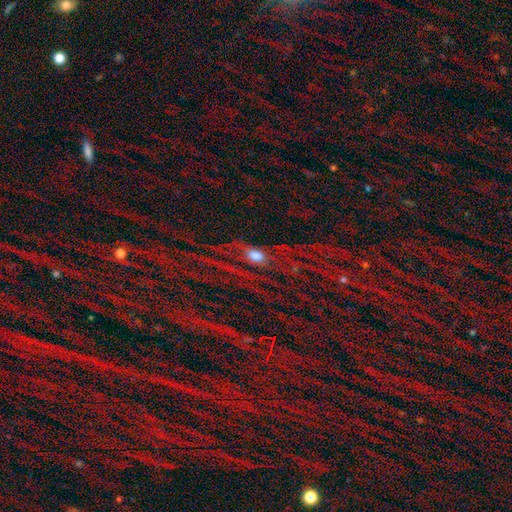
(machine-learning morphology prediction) Overall: smooth (43%; star or artifact 33%). Merging: none (68%).